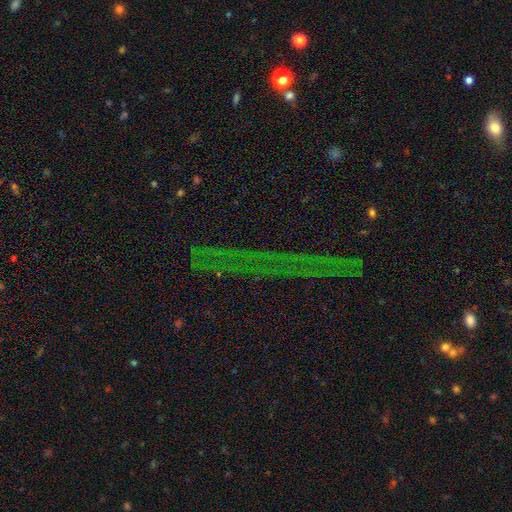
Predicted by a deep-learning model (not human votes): A star or artifact, not a galaxy (77%).